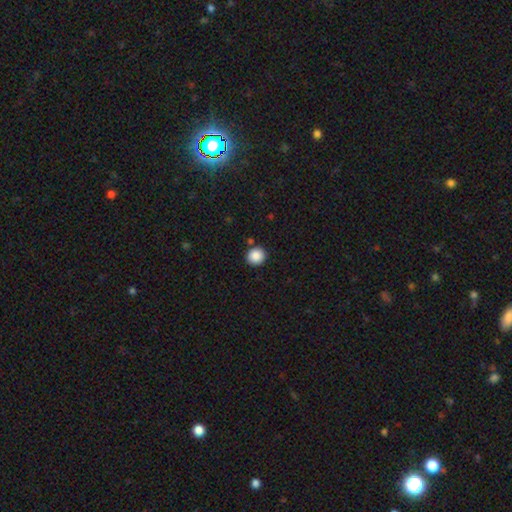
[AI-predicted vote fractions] smooth_or_featured: smooth (p=0.88) [alt: star or artifact p=0.09]
how_rounded: round (p=0.90) [alt: in between p=0.09]
merging: none (p=0.87) [alt: minor disturbance p=0.07]